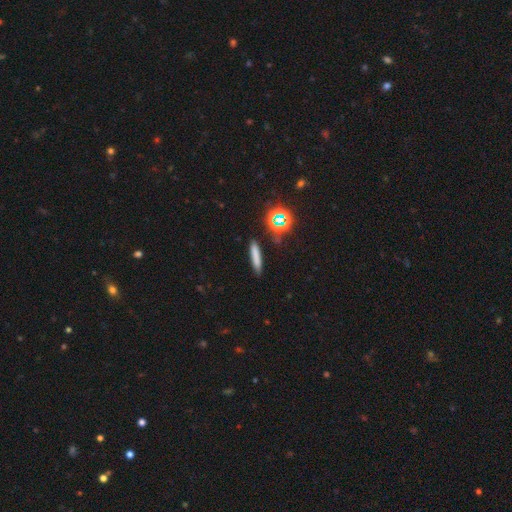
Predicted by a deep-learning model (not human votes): Morphology: type=smooth (73%); roundness=cigar-shaped (88%); merging=none (86%).